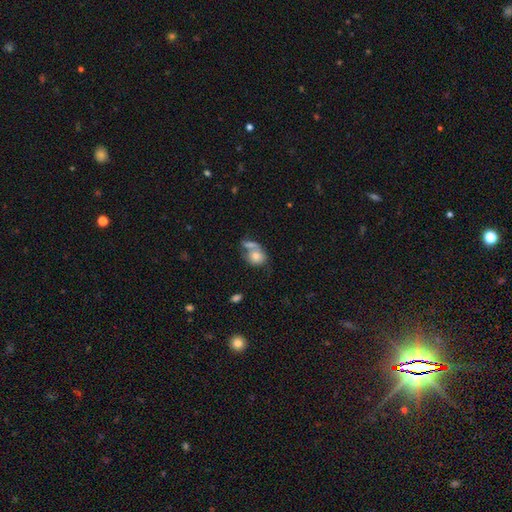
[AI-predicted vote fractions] Smooth or featured: smooth — 74% (featured or disk — 18%)
How rounded: round — 54% (in between — 44%)
Merging: merger — 47% (none — 30%)